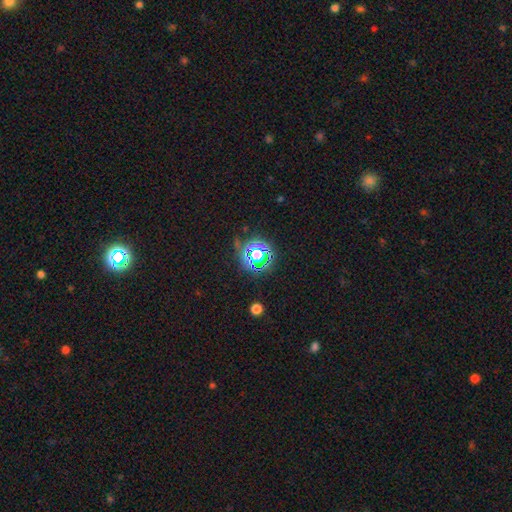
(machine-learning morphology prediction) This is likely a star or artifact rather than a galaxy (68%).